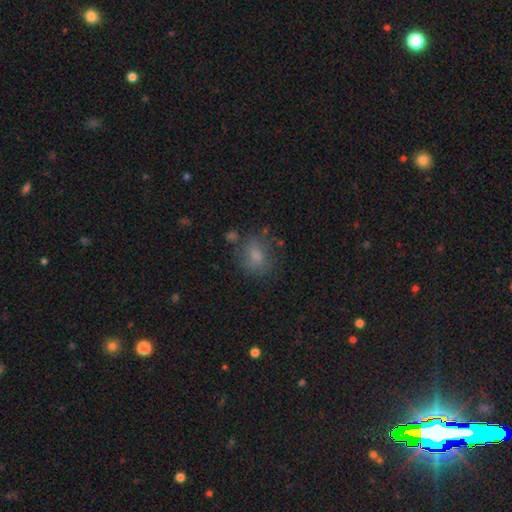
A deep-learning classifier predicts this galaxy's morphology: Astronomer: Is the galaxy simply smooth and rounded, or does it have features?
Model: smooth — 71%.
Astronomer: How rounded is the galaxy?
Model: round — 54% (runner-up: in between, 45%).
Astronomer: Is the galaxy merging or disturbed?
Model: none — 64%.